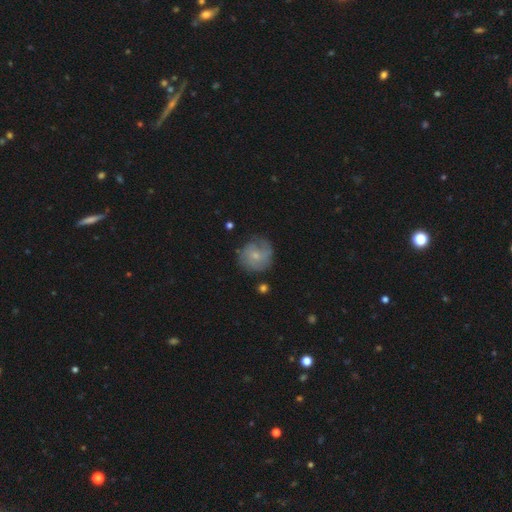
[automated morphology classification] smooth-or-featured: smooth: 48% | featured or disk: 44% | star or artifact: 8%
  merging: none: 65% | minor disturbance: 23% | major disturbance: 10% | merger: 2%